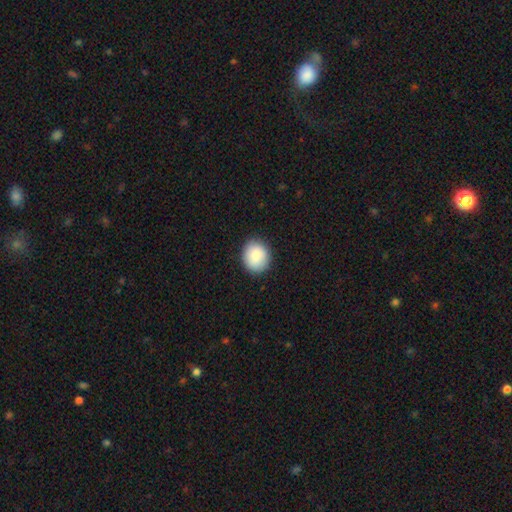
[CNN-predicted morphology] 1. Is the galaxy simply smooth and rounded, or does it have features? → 88% smooth, 7% star or artifact, 5% featured or disk.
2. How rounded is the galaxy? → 71% round, 28% in between, 1% cigar-shaped.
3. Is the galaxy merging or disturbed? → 89% none, 8% minor disturbance, 2% major disturbance, 1% merger.